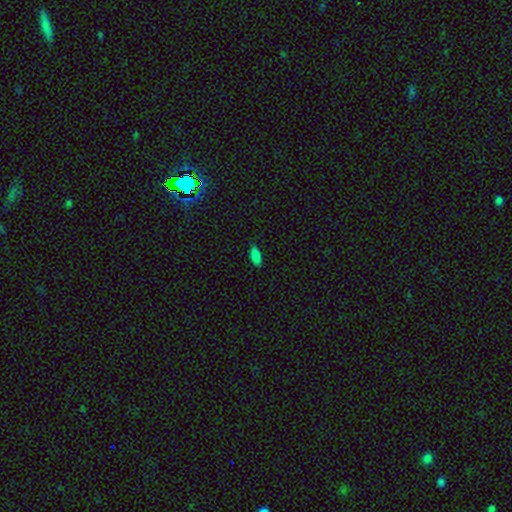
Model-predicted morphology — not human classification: smooth_or_featured: smooth (p=0.84) [alt: star or artifact p=0.11]
how_rounded: in between (p=0.84) [alt: cigar-shaped p=0.14]
merging: none (p=0.83) [alt: minor disturbance p=0.14]